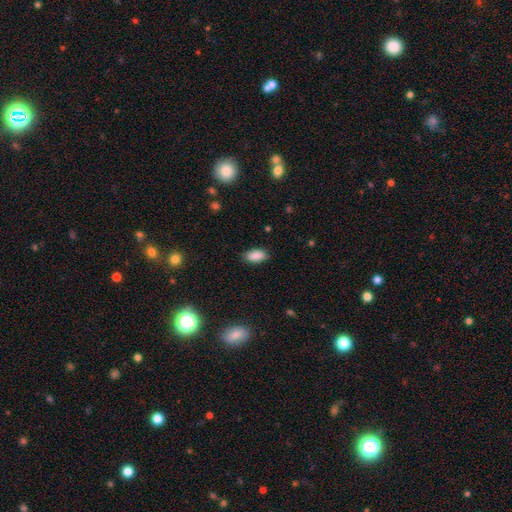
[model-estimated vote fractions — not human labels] Q: Smooth or featured?
A: smooth (88%); runner-up: star or artifact (8%)
Q: How rounded?
A: in between (92%); runner-up: cigar-shaped (4%)
Q: Merging?
A: none (85%); runner-up: minor disturbance (12%)